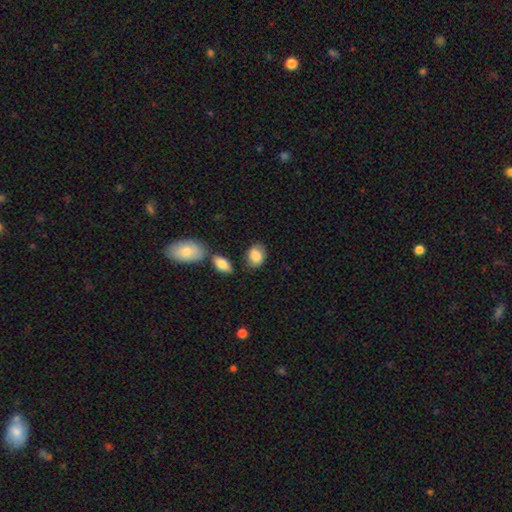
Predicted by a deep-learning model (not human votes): Smooth or featured: smooth — 83% (featured or disk — 11%)
How rounded: in between — 72% (round — 27%)
Merging: none — 69% (minor disturbance — 19%)